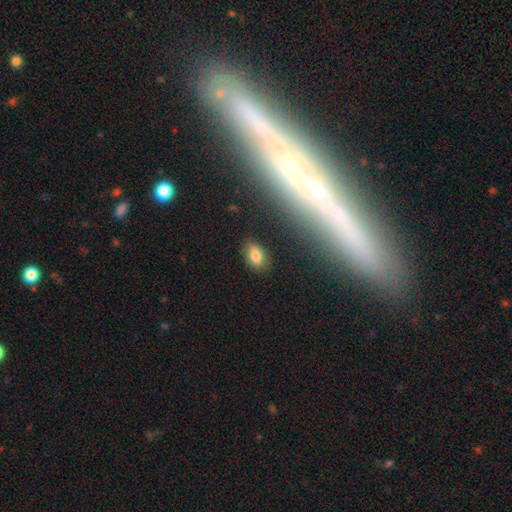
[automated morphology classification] Smooth or featured: smooth — 80% (star or artifact — 11%)
How rounded: in between — 88% (round — 10%)
Merging: none — 83% (minor disturbance — 12%)